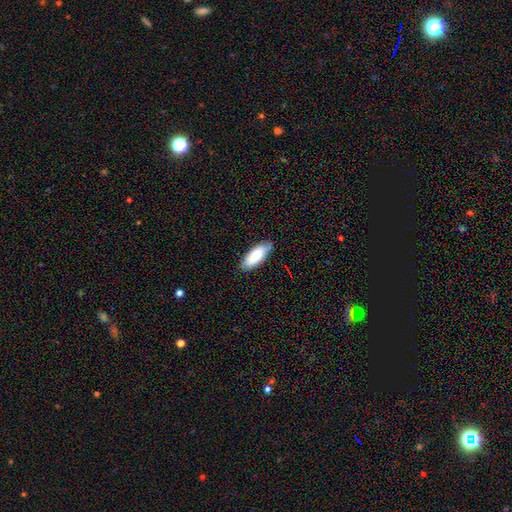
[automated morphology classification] This is likely a smooth galaxy (78%). How rounded: clearly in between (82%). Merging: clearly none (82%).